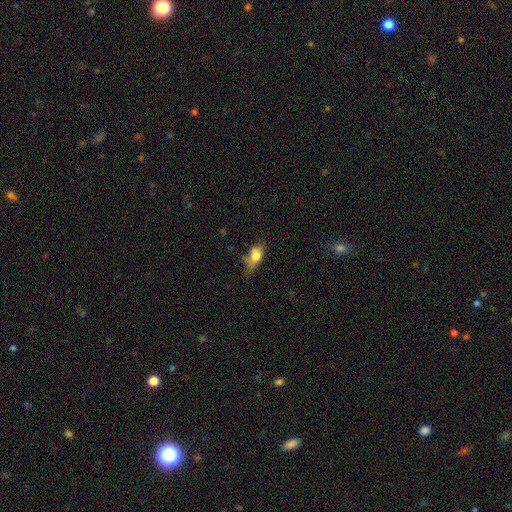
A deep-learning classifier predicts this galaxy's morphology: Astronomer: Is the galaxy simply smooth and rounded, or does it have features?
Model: smooth — 70%.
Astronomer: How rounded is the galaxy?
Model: in between — 77%.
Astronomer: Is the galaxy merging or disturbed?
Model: none — 37% (runner-up: minor disturbance, 34%).